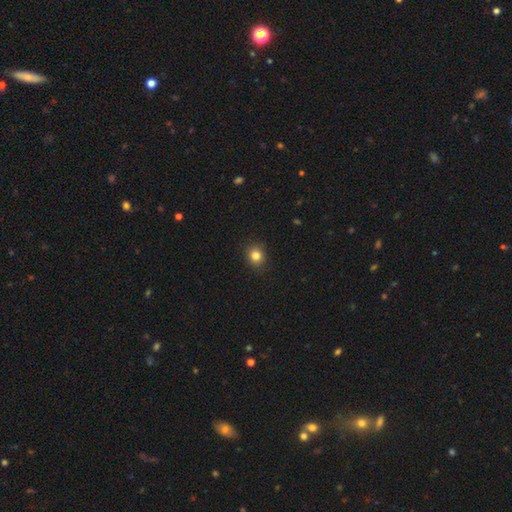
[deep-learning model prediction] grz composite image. It shows a smooth galaxy with no disk features (83%) that is round (77%). Merging: none (89%).